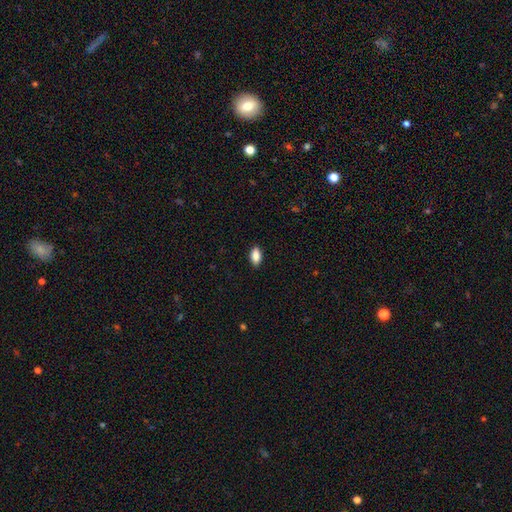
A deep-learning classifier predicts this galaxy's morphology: This appears to be a smooth galaxy with no disk features (88%) that is in between round and cigar-shaped (91%). Merging: none (88%).